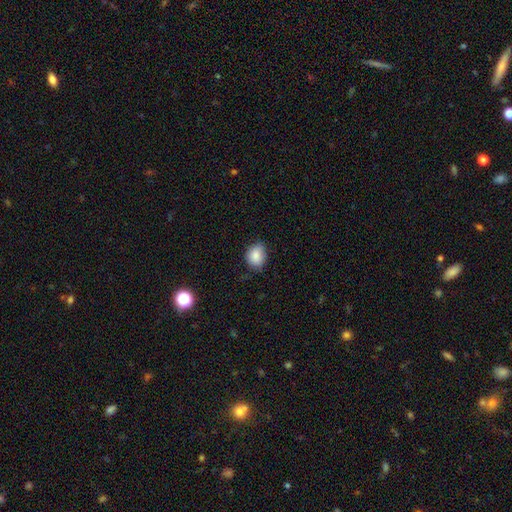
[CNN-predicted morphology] Smooth or featured? Predicted: smooth (p=0.86). How rounded? Predicted: round (p=0.52). Merging? Predicted: none (p=0.72).